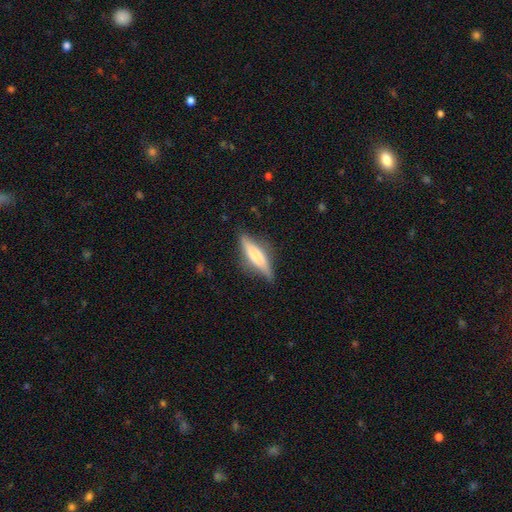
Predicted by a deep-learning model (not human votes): A smooth galaxy with no disk features (52%) that is cigar-shaped (68%). Merging: none (76%).